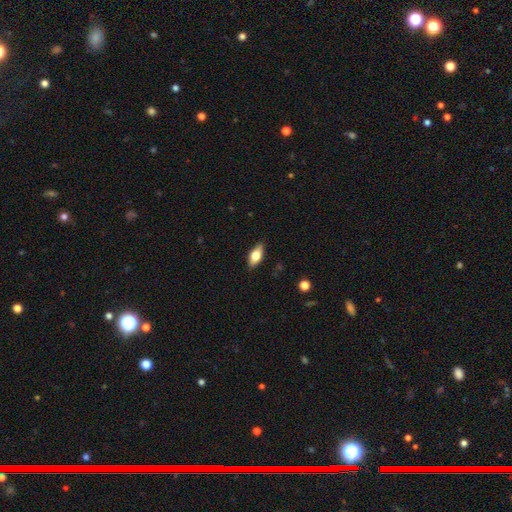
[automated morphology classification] Smooth or featured? smooth (66%)
How rounded? in between (82%)
Merging? none (87%)